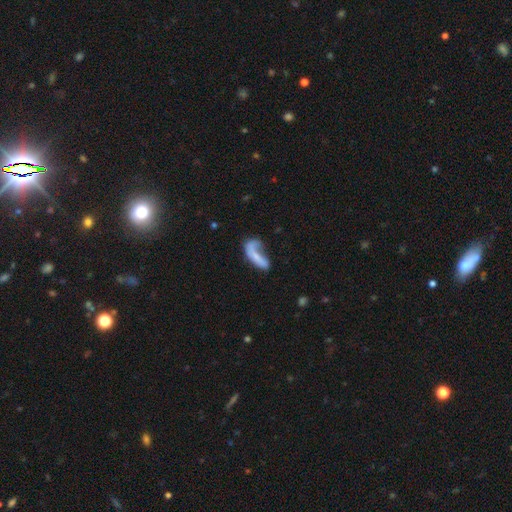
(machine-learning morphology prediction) smooth 54%, featured or disk 37%, star or artifact 8%. Down the decision tree: how rounded — in between (57%); merging — major disturbance (39%).